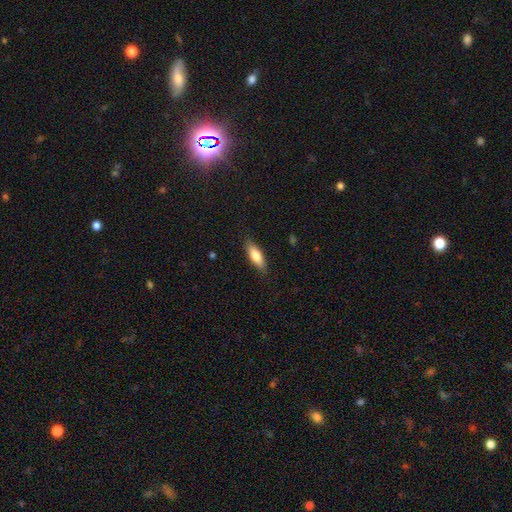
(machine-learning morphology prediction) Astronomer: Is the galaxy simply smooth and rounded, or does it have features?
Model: smooth — 74%.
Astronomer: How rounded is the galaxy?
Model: in between — 52% (runner-up: cigar-shaped, 46%).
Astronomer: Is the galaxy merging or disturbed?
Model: none — 87%.